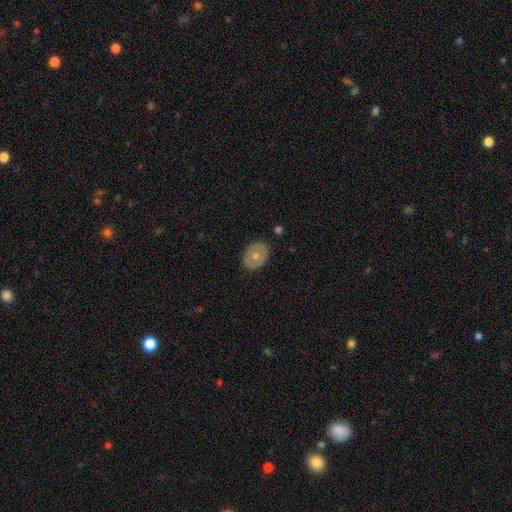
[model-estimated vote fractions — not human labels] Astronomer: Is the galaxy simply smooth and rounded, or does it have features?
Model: smooth — 56% (runner-up: featured or disk, 37%).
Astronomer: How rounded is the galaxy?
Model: in between — 61% (runner-up: round, 38%).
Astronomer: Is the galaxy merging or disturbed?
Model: none — 84%.